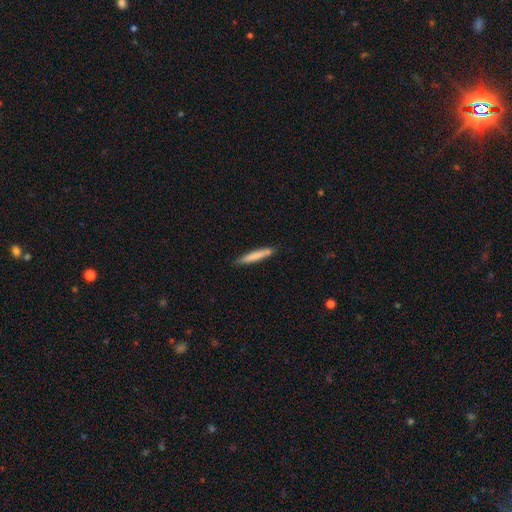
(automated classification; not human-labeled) Q: Smooth or featured?
A: smooth (74%); runner-up: featured or disk (21%)
Q: How rounded?
A: cigar-shaped (94%); runner-up: in between (5%)
Q: Merging?
A: none (81%); runner-up: minor disturbance (13%)